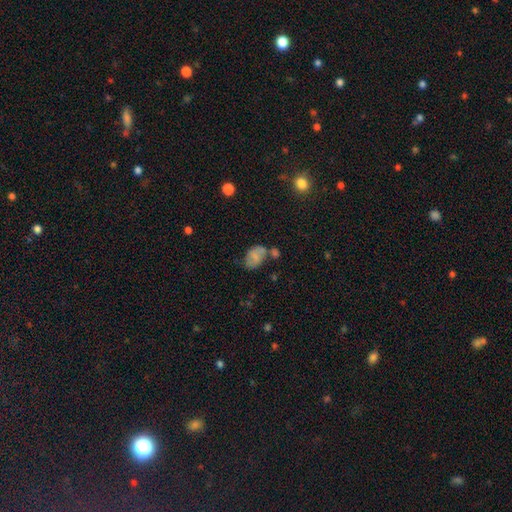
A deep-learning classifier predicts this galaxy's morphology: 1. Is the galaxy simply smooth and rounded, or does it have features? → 68% smooth, 23% featured or disk, 9% star or artifact.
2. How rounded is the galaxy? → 84% in between, 14% round, 1% cigar-shaped.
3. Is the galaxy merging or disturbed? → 41% none, 26% merger, 23% minor disturbance, 9% major disturbance.